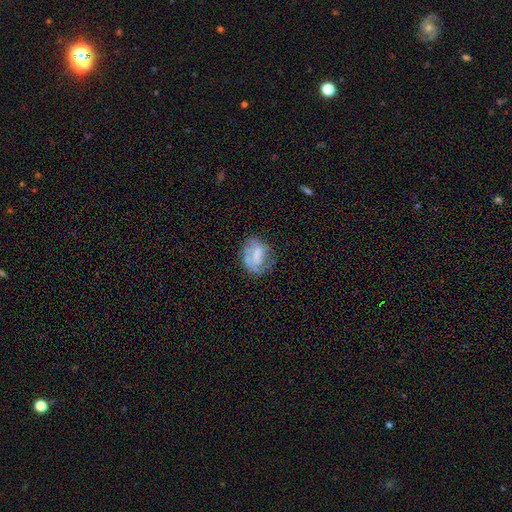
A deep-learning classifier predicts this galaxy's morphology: smooth 50%, featured or disk 41%, star or artifact 9%. Down the decision tree: how rounded — in between (56%); merging — none (52%).